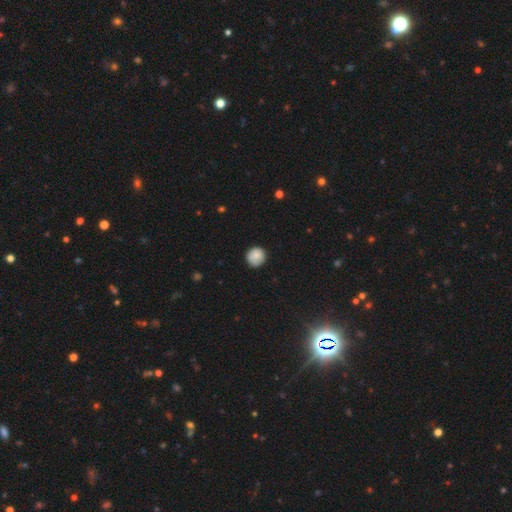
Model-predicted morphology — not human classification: Overall: smooth (86%). How rounded: round (92%). Merging: none (84%).